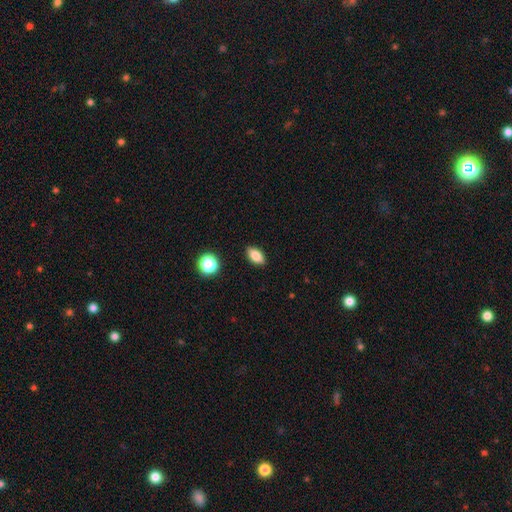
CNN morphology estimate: type=smooth (83%); roundness=in between (86%); merging=none (88%).